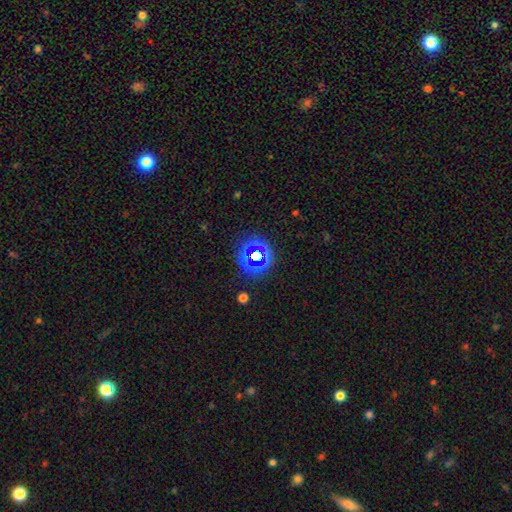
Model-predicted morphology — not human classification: Smooth or featured? Predicted: star or artifact (p=0.64).